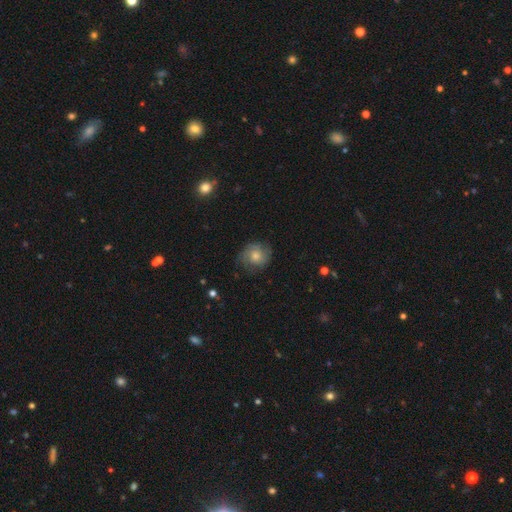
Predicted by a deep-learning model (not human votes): smooth-or-featured: smooth: 56% | featured or disk: 35% | star or artifact: 9%
  how-rounded: round: 79% | in between: 20% | cigar-shaped: 1%
  merging: none: 69% | minor disturbance: 21% | major disturbance: 8% | merger: 1%